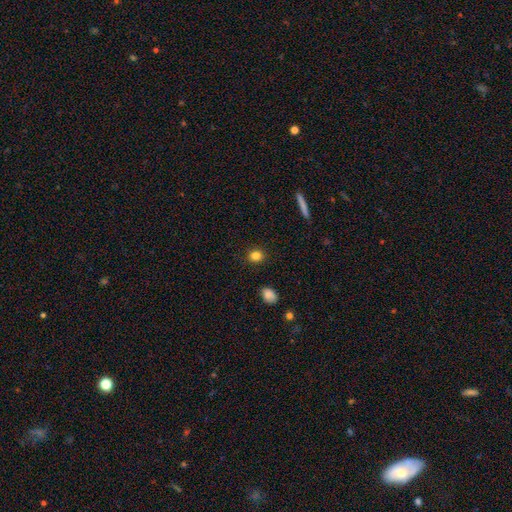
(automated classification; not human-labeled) Q: Smooth or featured?
A: smooth (84%); runner-up: star or artifact (11%)
Q: How rounded?
A: round (73%); runner-up: in between (26%)
Q: Merging?
A: none (90%); runner-up: minor disturbance (7%)